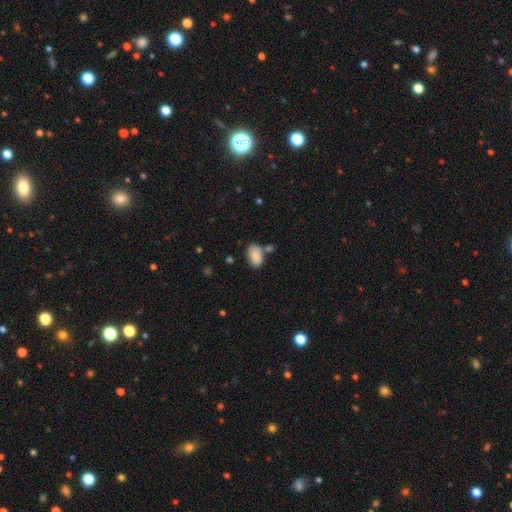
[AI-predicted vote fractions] The model was most divided on "merging": none: 62%, minor disturbance: 17%, merger: 17%, major disturbance: 5%. More confident: how rounded — in between (90%); smooth or featured — smooth (83%).